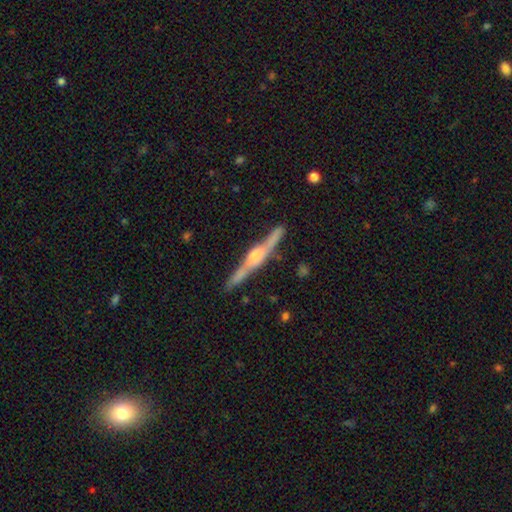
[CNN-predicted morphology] A featured or disk galaxy (79%) viewed edge-on (97%) with a rounded central bulge (74%). Merging: none (86%).